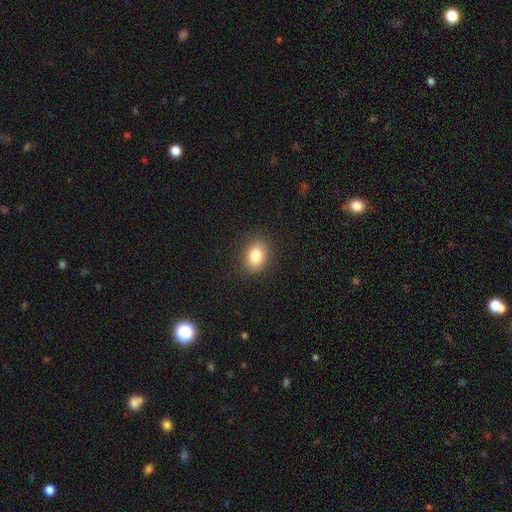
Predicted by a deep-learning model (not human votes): Q: Smooth or featured?
A: smooth (83%); runner-up: star or artifact (10%)
Q: How rounded?
A: in between (68%); runner-up: round (31%)
Q: Merging?
A: none (88%); runner-up: minor disturbance (8%)